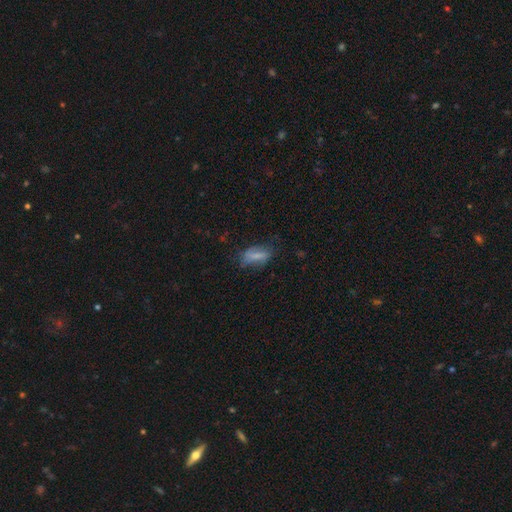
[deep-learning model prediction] The model was most divided on "merging": none: 58%, minor disturbance: 27%, major disturbance: 12%, merger: 2%. More confident: how rounded — in between (79%); smooth or featured — smooth (69%).